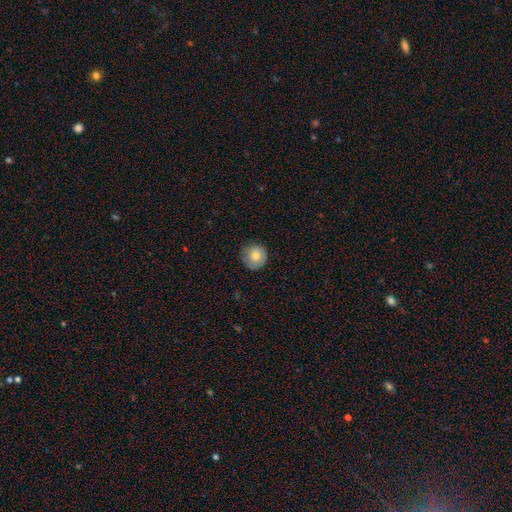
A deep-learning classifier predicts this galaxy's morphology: smooth_or_featured: smooth (p=0.77) [alt: featured or disk p=0.15]
how_rounded: round (p=0.94) [alt: in between p=0.05]
merging: none (p=0.81) [alt: minor disturbance p=0.15]